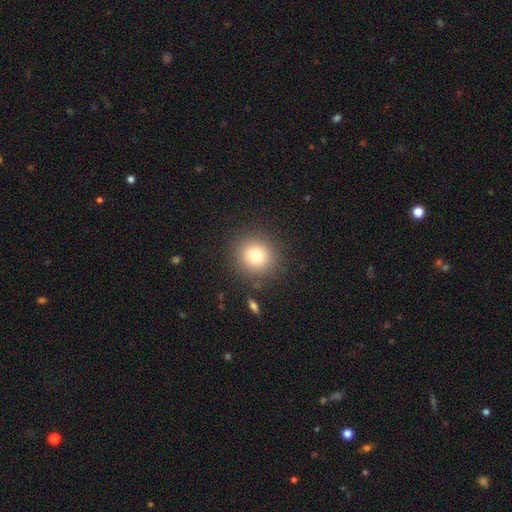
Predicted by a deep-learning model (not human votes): Overall: smooth (76%). How rounded: round (92%). Merging: none (88%).